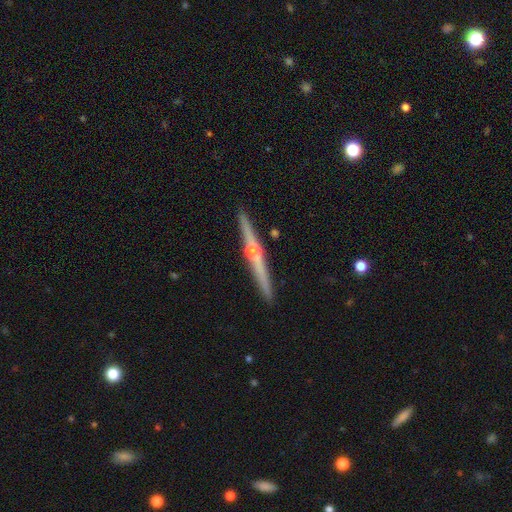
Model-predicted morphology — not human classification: A featured or disk galaxy (81%) viewed edge-on (98%) with a rounded central bulge (91%).

Vote fractions:
- Smooth or featured? featured or disk: 81% / smooth: 14% / star or artifact: 5%
- Edge-on disk? yes: 98% / no: 2%
- Edge-on bulge? rounded: 91% / none: 7% / boxy: 2%
- Merging? none: 92% / minor disturbance: 5% / merger: 1% / major disturbance: 1%